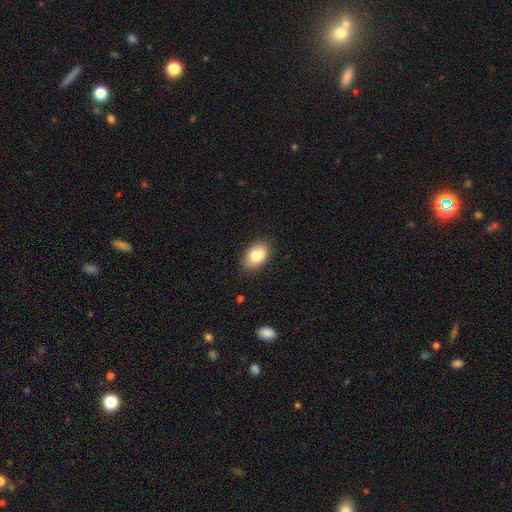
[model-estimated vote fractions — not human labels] Morphology: type=smooth (80%); roundness=in between (87%); merging=none (79%).